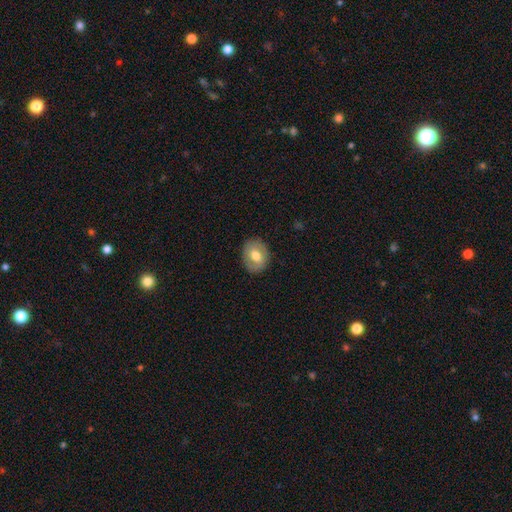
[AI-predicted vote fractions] Overall: smooth (60%; featured or disk 33%). How rounded: in between (52%; round 47%). Merging: none (85%).